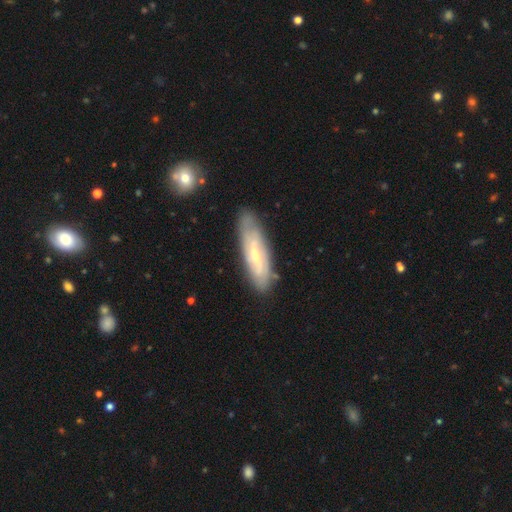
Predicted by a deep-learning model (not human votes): Morphology: type=featured or disk (63%); edge-on=no (72%); merging=none (79%).